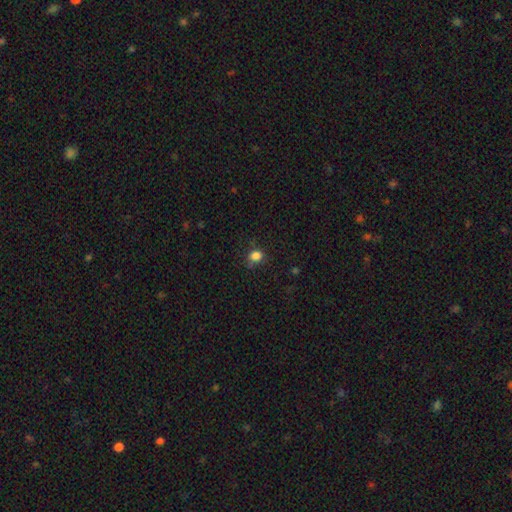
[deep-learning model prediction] smooth 82%, star or artifact 13%, featured or disk 5%. Down the decision tree: how rounded — round (61%); merging — none (67%).